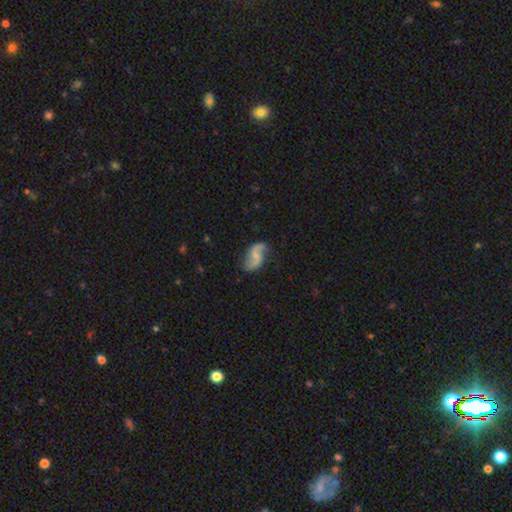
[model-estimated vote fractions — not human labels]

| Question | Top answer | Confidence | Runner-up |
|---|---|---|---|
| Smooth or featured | featured or disk | 80% | smooth (14%) |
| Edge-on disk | no | 98% | yes (2%) |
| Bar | no | 45% | weak (43%) |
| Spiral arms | yes | 95% | no (5%) |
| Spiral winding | loose | 73% | medium (21%) |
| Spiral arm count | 2 | 92% | can't tell (3%) |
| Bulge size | small | 43% | none (36%) |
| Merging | none | 74% | minor disturbance (17%) |